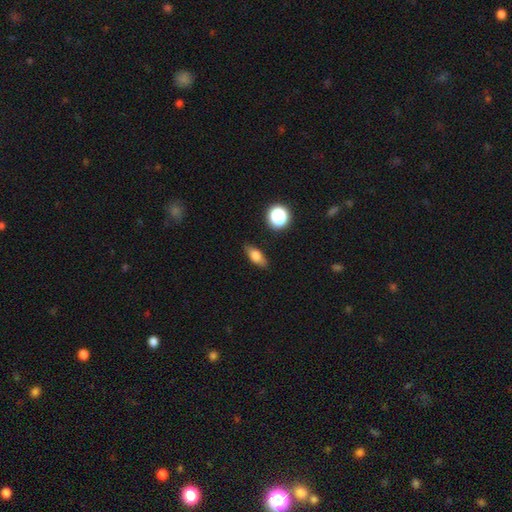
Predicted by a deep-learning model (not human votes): This is likely a smooth galaxy (74%). How rounded: likely in between (72%). Merging: clearly none (84%).